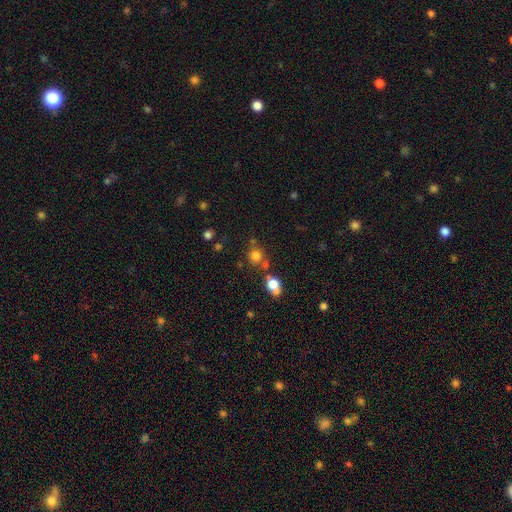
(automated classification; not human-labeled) Smooth or featured? smooth (76%)
How rounded? round (88%)
Merging? none (66%)